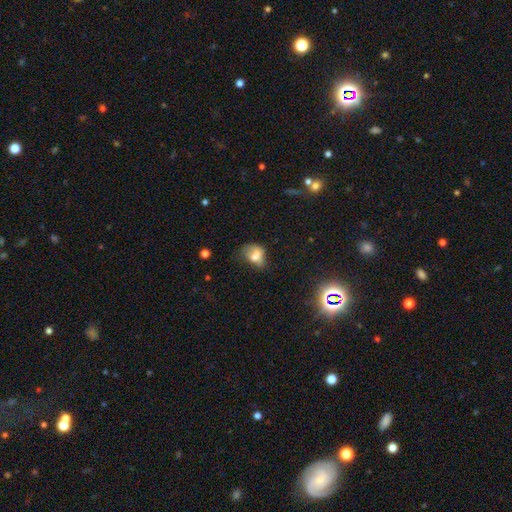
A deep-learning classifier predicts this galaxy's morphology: The model was most divided on "merging": minor disturbance: 30%, none: 29%, major disturbance: 24%, merger: 17%. More confident: smooth or featured — smooth (67%); how rounded — in between (65%).